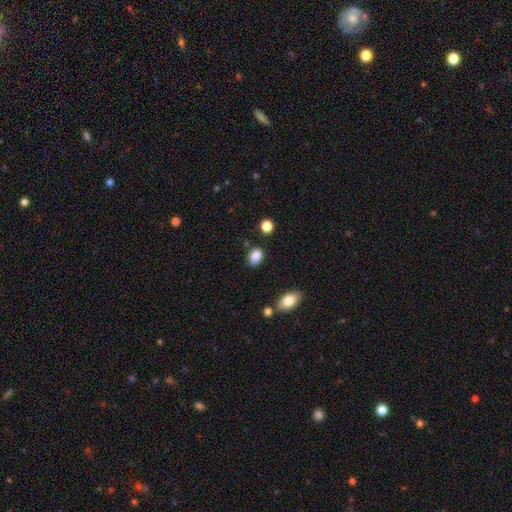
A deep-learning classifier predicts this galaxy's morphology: Q: Smooth or featured?
A: smooth (86%); runner-up: star or artifact (9%)
Q: How rounded?
A: in between (80%); runner-up: round (18%)
Q: Merging?
A: none (72%); runner-up: minor disturbance (19%)